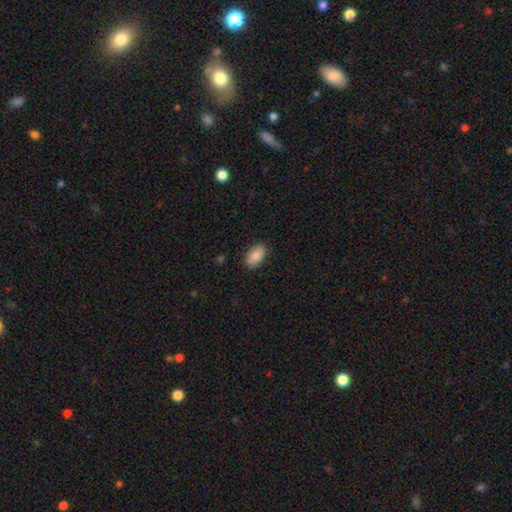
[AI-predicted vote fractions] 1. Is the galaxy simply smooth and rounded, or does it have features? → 83% smooth, 10% featured or disk, 7% star or artifact.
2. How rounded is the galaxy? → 93% in between, 6% round, 1% cigar-shaped.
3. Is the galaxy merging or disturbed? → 87% none, 10% minor disturbance, 2% major disturbance, 1% merger.